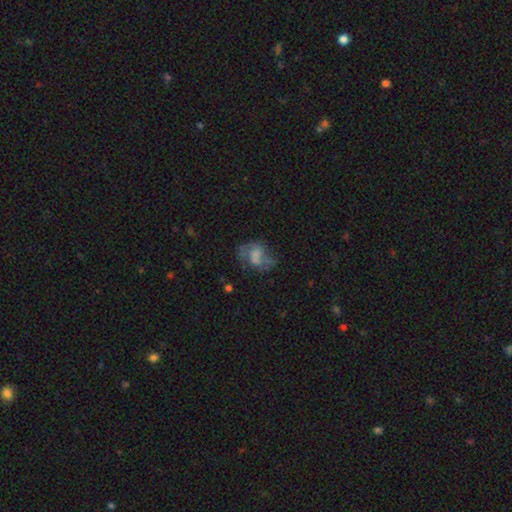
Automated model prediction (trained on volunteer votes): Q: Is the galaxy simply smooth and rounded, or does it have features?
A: featured or disk — 48%.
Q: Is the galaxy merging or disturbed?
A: none — 38%.